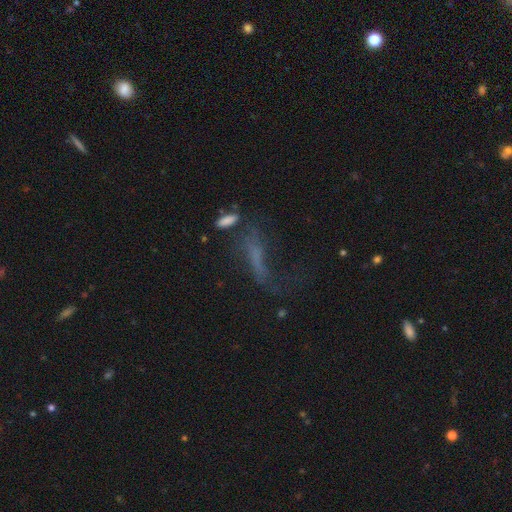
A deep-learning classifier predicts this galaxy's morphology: A smooth galaxy with no disk features (40%).

Vote fractions:
- Smooth or featured? smooth: 40% / featured or disk: 37% / star or artifact: 23%
- Merging? none: 35% / major disturbance: 33% / minor disturbance: 19% / merger: 13%